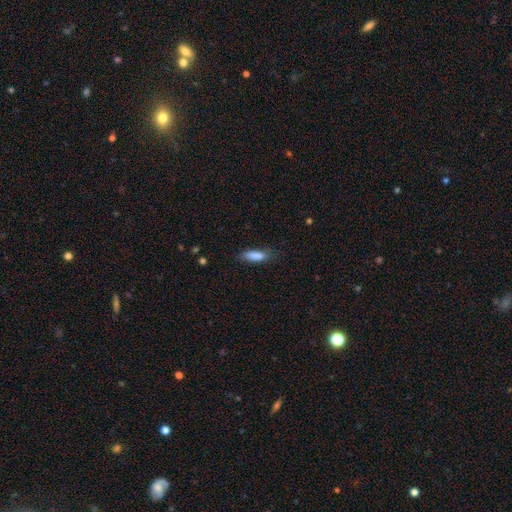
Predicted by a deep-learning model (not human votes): A smooth galaxy with no disk features (84%) that is in between round and cigar-shaped (50%).

Vote fractions:
- Smooth or featured? smooth: 84% / featured or disk: 9% / star or artifact: 7%
- How rounded? in between: 50% / cigar-shaped: 48% / round: 2%
- Merging? none: 70% / minor disturbance: 23% / major disturbance: 6% / merger: 1%